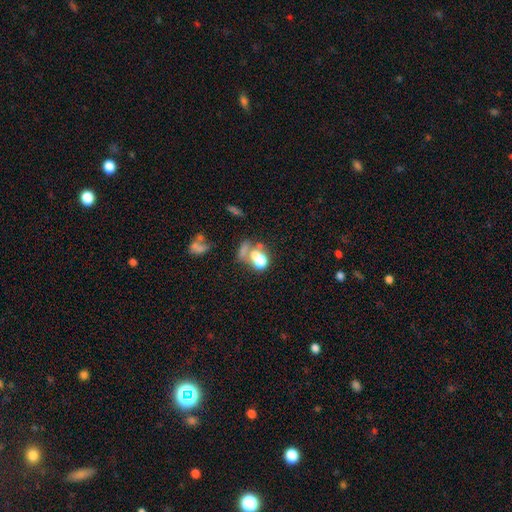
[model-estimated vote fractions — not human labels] Smooth or featured: smooth — 58% (featured or disk — 27%)
How rounded: in between — 62% (round — 36%)
Merging: merger — 49% (major disturbance — 21%)